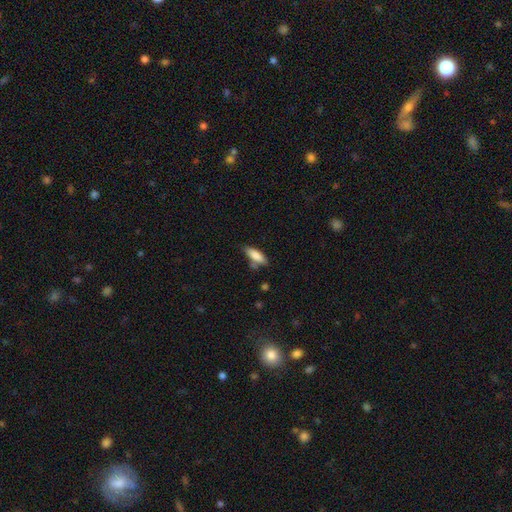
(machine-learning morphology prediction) smooth-or-featured: smooth: 82% | featured or disk: 11% | star or artifact: 7%
  how-rounded: in between: 60% | cigar-shaped: 38% | round: 2%
  merging: none: 63% | minor disturbance: 22% | merger: 10% | major disturbance: 5%